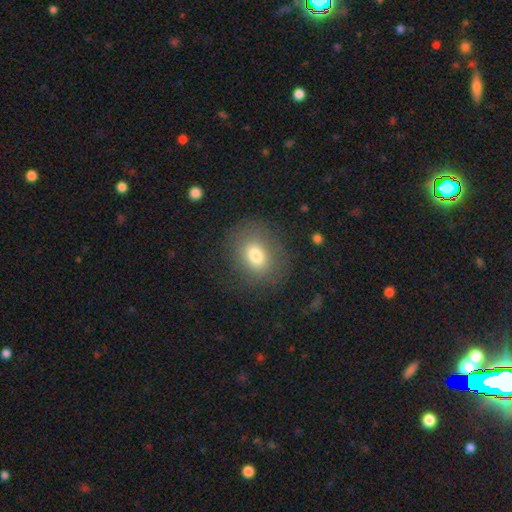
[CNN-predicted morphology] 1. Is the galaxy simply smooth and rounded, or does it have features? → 74% smooth, 14% featured or disk, 12% star or artifact.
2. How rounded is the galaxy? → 50% round, 49% in between, 1% cigar-shaped.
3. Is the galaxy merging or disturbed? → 79% none, 12% minor disturbance, 7% major disturbance, 1% merger.